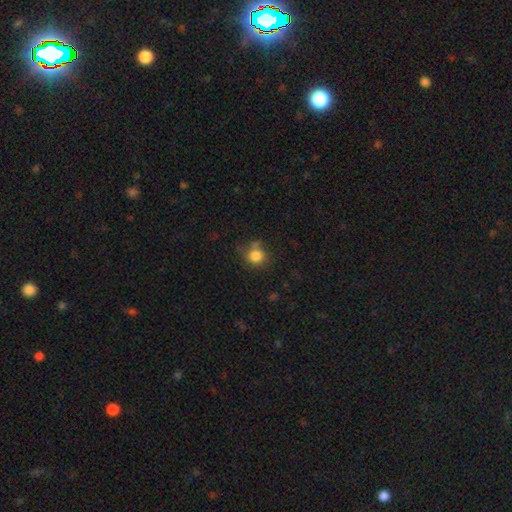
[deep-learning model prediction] A smooth galaxy with no disk features (83%) that is round (84%).

Vote fractions:
- Smooth or featured? smooth: 83% / star or artifact: 11% / featured or disk: 6%
- How rounded? round: 84% / in between: 15% / cigar-shaped: 1%
- Merging? none: 66% / minor disturbance: 18% / merger: 10% / major disturbance: 6%